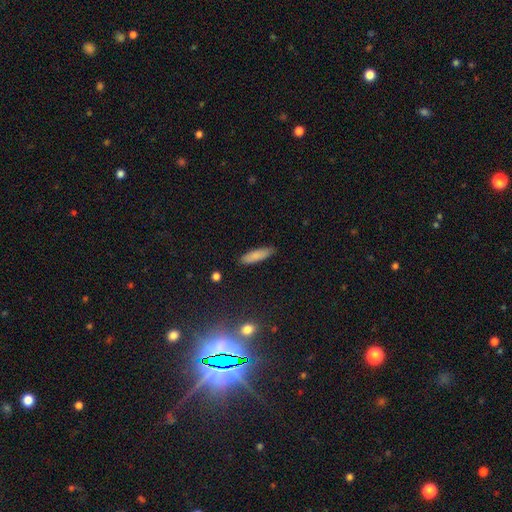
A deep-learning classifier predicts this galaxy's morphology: Overall: smooth (84%). How rounded: cigar-shaped (60%; in between 38%). Merging: none (86%).